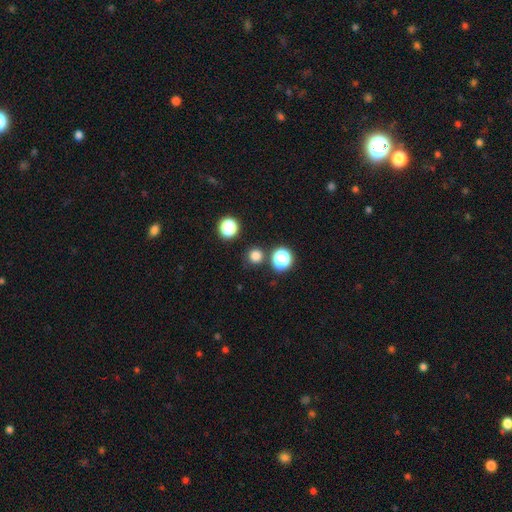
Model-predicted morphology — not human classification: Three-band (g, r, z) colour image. It shows a smooth galaxy with no disk features (76%) that is round (93%). Merging: none (84%).